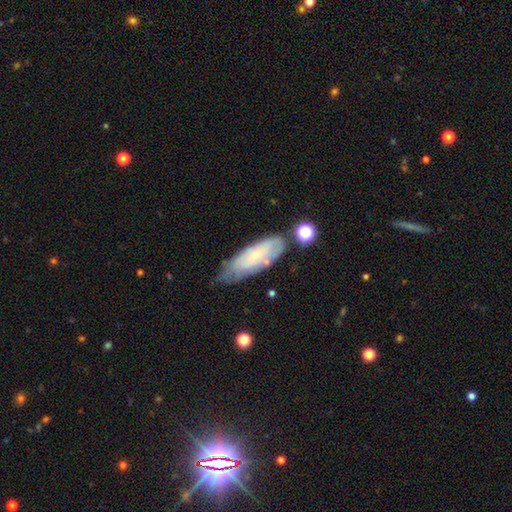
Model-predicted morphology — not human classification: Smooth or featured: smooth — 47% (featured or disk — 45%)
Merging: none — 52% (minor disturbance — 32%)